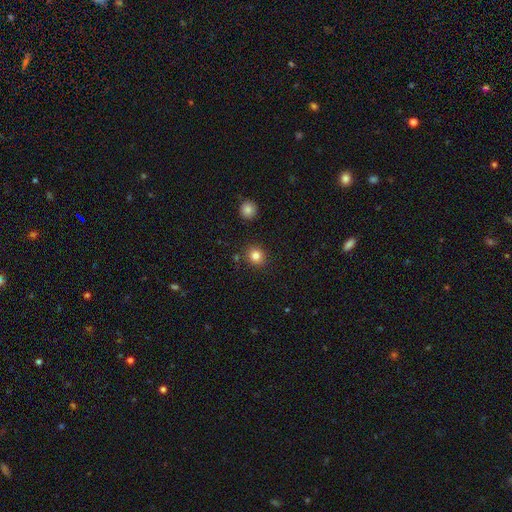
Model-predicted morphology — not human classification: A smooth galaxy with no disk features (84%) that is round (83%).

Vote fractions:
- Smooth or featured? smooth: 84% / star or artifact: 11% / featured or disk: 5%
- How rounded? round: 83% / in between: 16% / cigar-shaped: 1%
- Merging? none: 86% / minor disturbance: 8% / merger: 3% / major disturbance: 3%